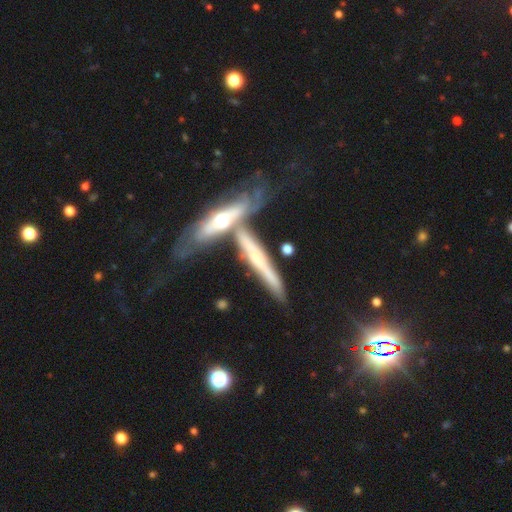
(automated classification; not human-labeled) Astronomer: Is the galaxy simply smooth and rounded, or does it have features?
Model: featured or disk — 69%.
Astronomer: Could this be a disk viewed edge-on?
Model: yes — 81%.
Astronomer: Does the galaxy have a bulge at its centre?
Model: rounded — 66%.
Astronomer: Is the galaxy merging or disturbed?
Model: none — 43% (runner-up: merger, 37%).